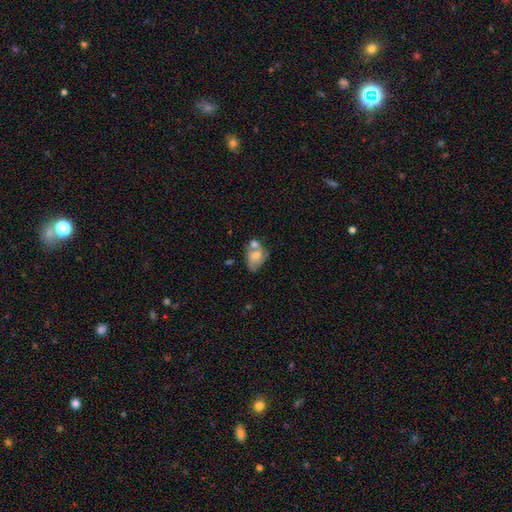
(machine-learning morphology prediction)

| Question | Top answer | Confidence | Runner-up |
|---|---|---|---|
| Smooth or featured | featured or disk | 50% | smooth (42%) |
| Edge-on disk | no | 97% | yes (3%) |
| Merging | merger | 42% | none (28%) |